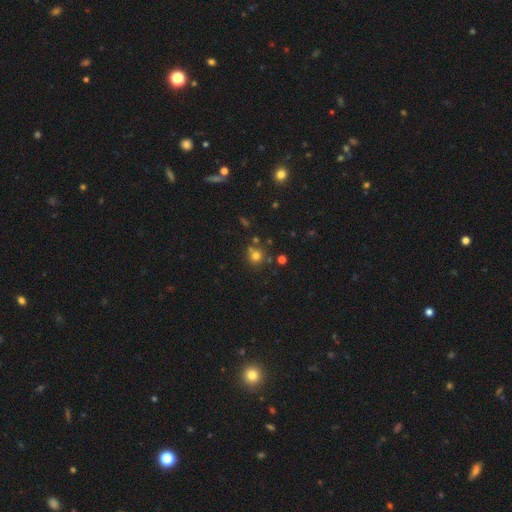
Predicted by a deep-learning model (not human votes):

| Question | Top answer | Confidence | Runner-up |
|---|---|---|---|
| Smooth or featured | smooth | 71% | star or artifact (20%) |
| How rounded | round | 91% | in between (8%) |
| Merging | none | 72% | merger (14%) |